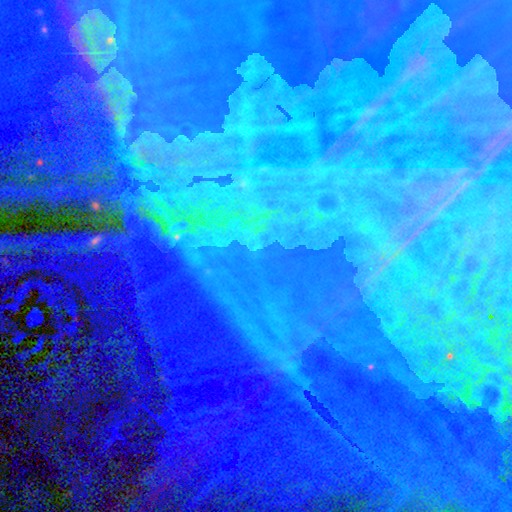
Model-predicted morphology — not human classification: smooth_or_featured: star or artifact (p=0.84) [alt: featured or disk p=0.09]